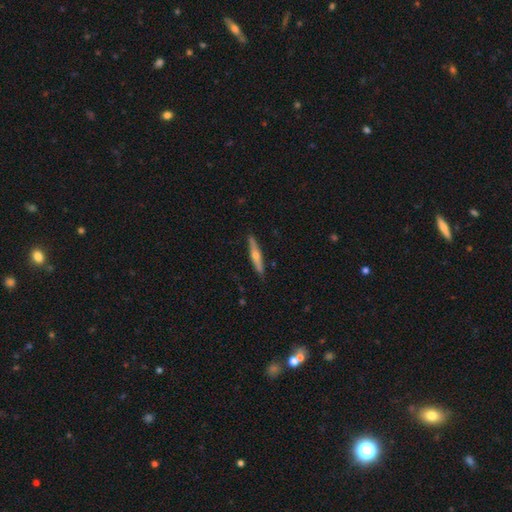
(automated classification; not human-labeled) A featured or disk galaxy (61%) viewed edge-on (96%) with a rounded central bulge (88%).

Vote fractions:
- Smooth or featured? featured or disk: 61% / smooth: 34% / star or artifact: 6%
- Edge-on disk? yes: 96% / no: 4%
- Edge-on bulge? rounded: 88% / none: 8% / boxy: 4%
- Merging? none: 90% / minor disturbance: 8% / major disturbance: 1% / merger: 1%